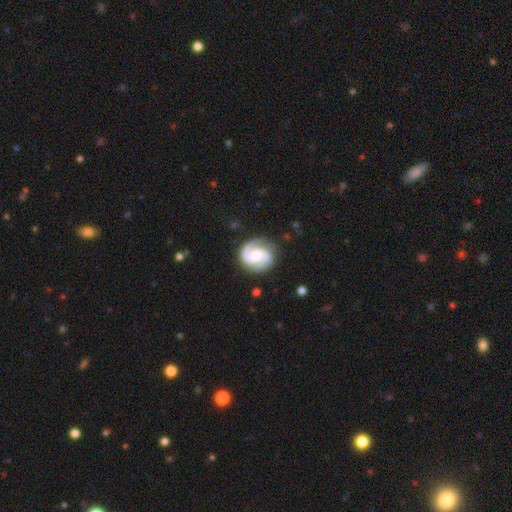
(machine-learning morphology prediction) The model was most divided on "bar": weak: 44%, no: 42%, strong: 14%. Remaining: edge-on disk — no (98%); spiral arms — yes (98%); spiral arm count — 2 (91%); smooth or featured — featured or disk (88%); merging — none (81%); spiral winding — medium (51%); bulge size — moderate (44%).